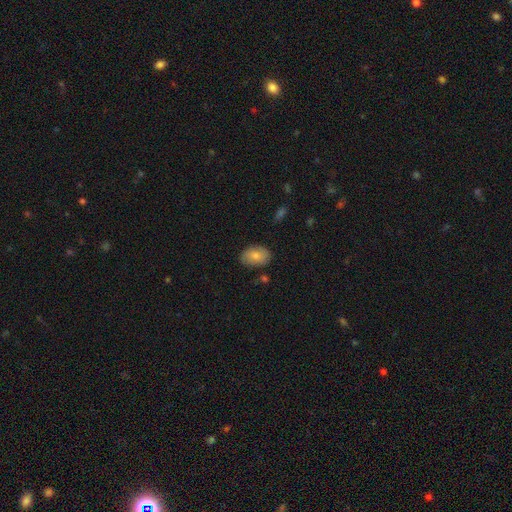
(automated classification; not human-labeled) Overall: smooth (79%). How rounded: in between (83%). Merging: none (82%).